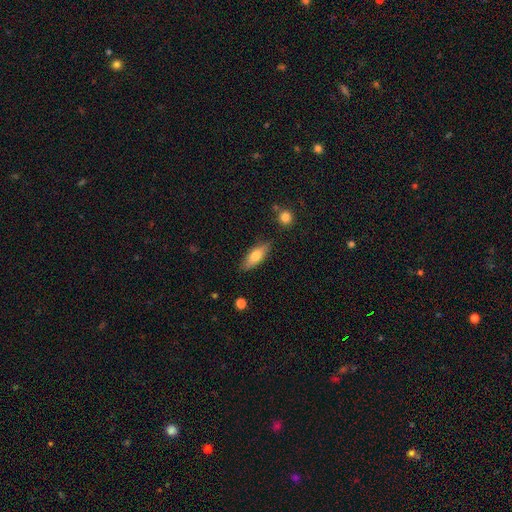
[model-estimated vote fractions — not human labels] Morphology: type=smooth (71%); roundness=in between (66%); merging=none (84%).